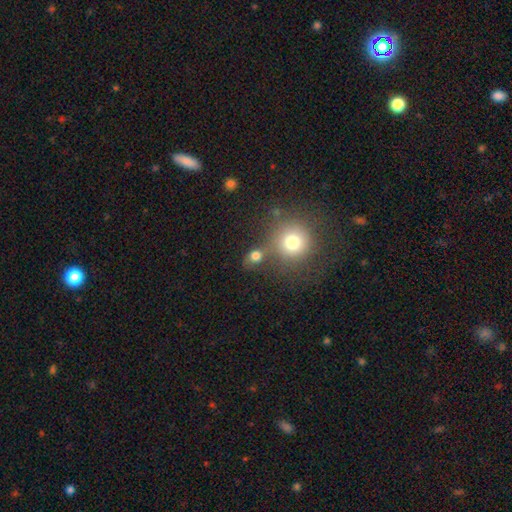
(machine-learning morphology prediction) Smooth or featured? Predicted: smooth (p=0.76). How rounded? Predicted: round (p=0.72). Merging? Predicted: none (p=0.56).